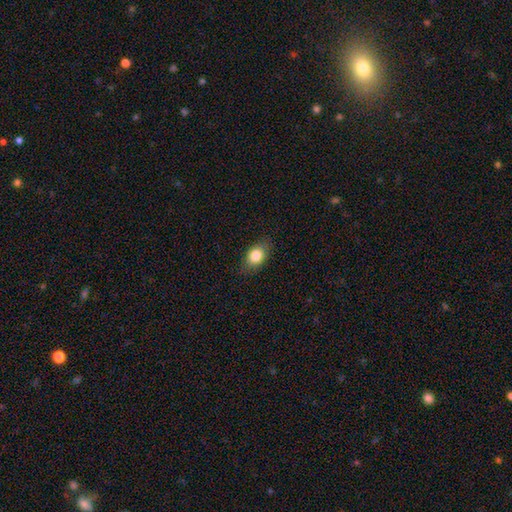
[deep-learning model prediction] Smooth or featured? smooth (82%)
How rounded? in between (77%)
Merging? none (82%)